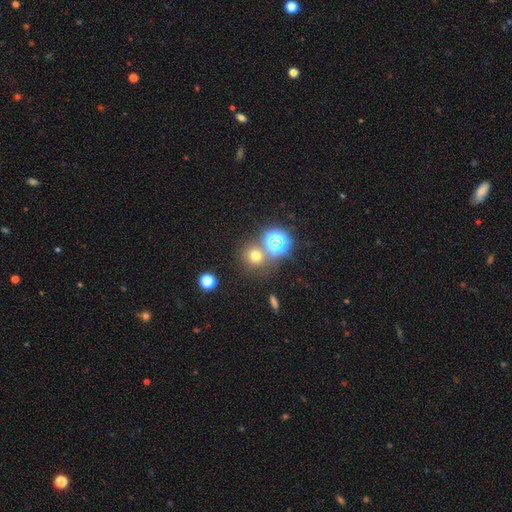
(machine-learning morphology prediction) This appears to be a smooth galaxy with no disk features (65%) that is round (90%). Merging: none (73%).